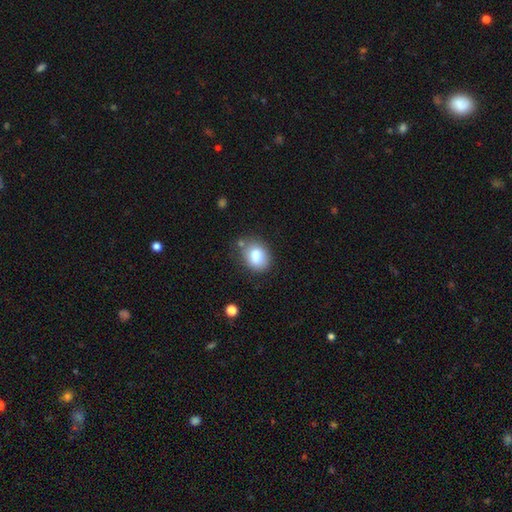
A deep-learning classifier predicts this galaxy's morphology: smooth-or-featured: smooth: 82% | featured or disk: 10% | star or artifact: 8%
  how-rounded: in between: 58% | round: 41% | cigar-shaped: 1%
  merging: none: 73% | minor disturbance: 16% | merger: 6% | major disturbance: 4%